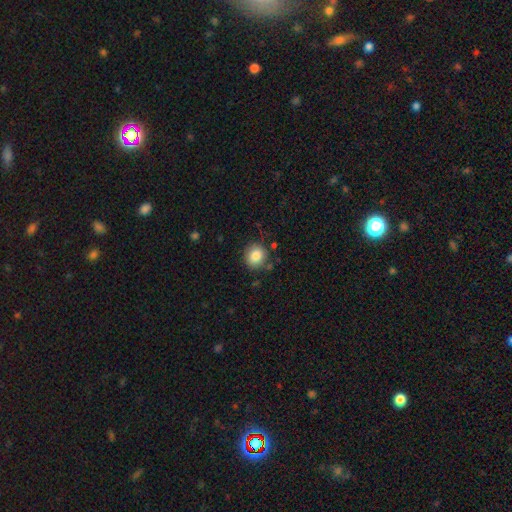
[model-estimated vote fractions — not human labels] A smooth galaxy with no disk features (85%) that is round (79%). Merging: none (83%).